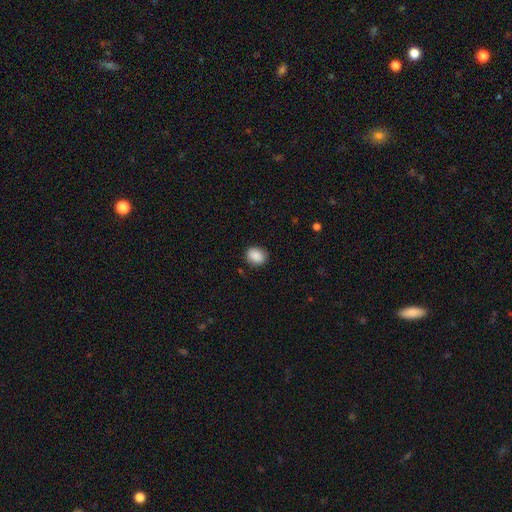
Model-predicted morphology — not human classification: smooth_or_featured: smooth (p=0.89) [alt: star or artifact p=0.08]
how_rounded: round (p=0.56) [alt: in between p=0.43]
merging: none (p=0.86) [alt: minor disturbance p=0.10]